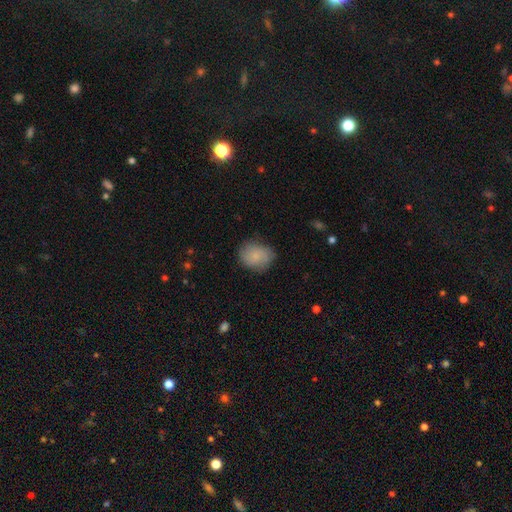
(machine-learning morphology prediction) Smooth or featured? smooth (75%)
How rounded? round (56%)
Merging? none (75%)